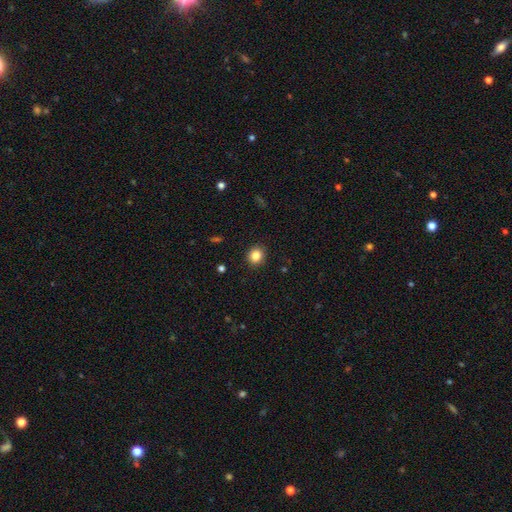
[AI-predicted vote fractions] Smooth or featured? smooth (84%)
How rounded? round (79%)
Merging? none (91%)